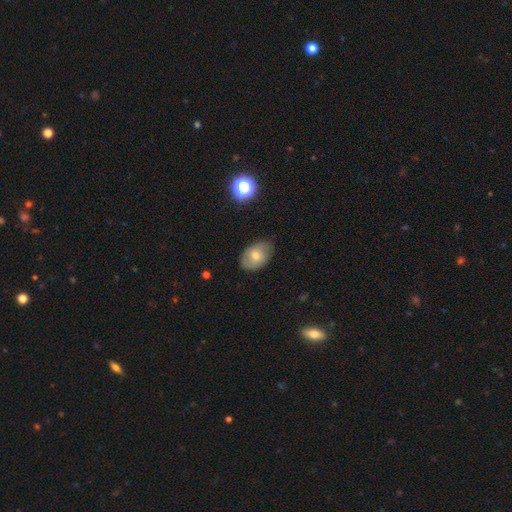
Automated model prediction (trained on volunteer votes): A smooth galaxy with no disk features (63%) that is in between round and cigar-shaped (82%). Merging: none (74%).